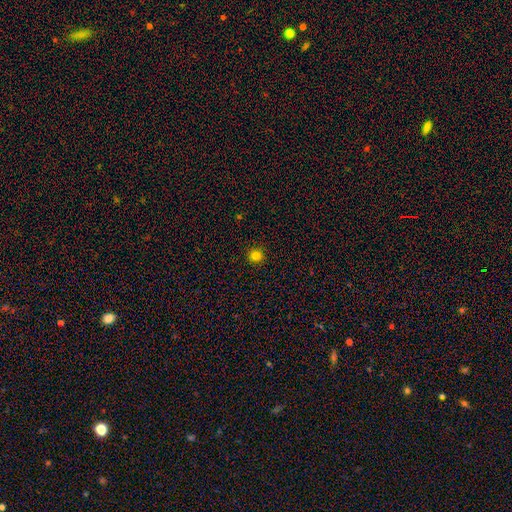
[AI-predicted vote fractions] Overall: smooth (82%). How rounded: round (93%). Merging: none (93%).